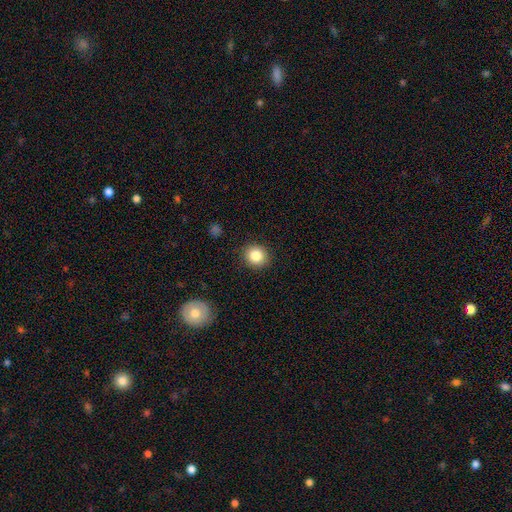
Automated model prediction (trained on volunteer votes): Smooth or featured? Predicted: smooth (p=0.84). How rounded? Predicted: round (p=0.87). Merging? Predicted: none (p=0.90).